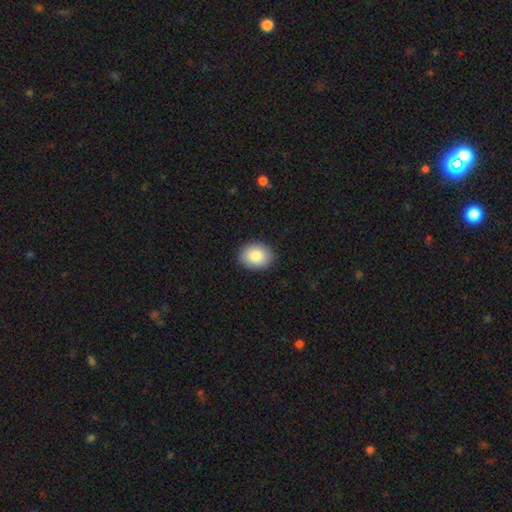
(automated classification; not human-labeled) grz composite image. It shows a smooth galaxy with no disk features (87%) that is in between round and cigar-shaped (63%). Merging: none (89%).